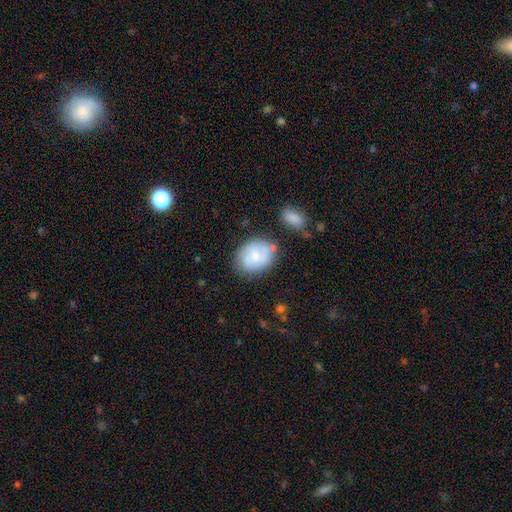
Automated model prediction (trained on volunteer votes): smooth_or_featured: featured or disk (p=0.49) [alt: smooth p=0.44]
merging: none (p=0.66) [alt: minor disturbance p=0.20]